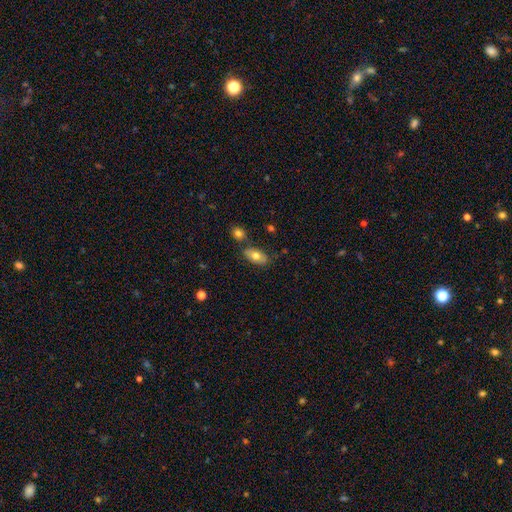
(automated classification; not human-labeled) Smooth or featured? Predicted: smooth (p=0.74). How rounded? Predicted: in between (p=0.90). Merging? Predicted: none (p=0.70).